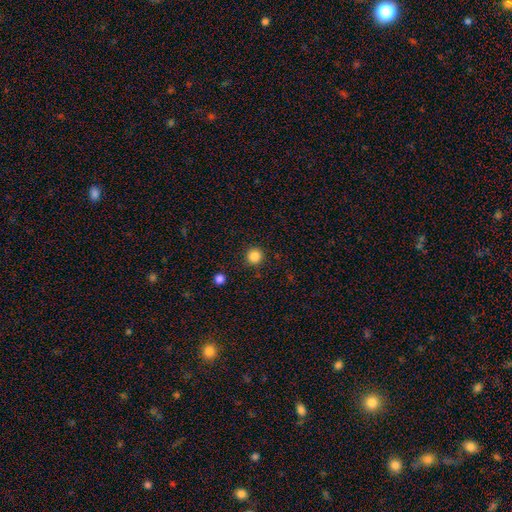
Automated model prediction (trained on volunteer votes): A smooth galaxy with no disk features (85%) that is round (95%).

Vote fractions:
- Smooth or featured? smooth: 85% / star or artifact: 11% / featured or disk: 3%
- How rounded? round: 95% / in between: 4% / cigar-shaped: 1%
- Merging? none: 90% / minor disturbance: 6% / major disturbance: 2% / merger: 2%